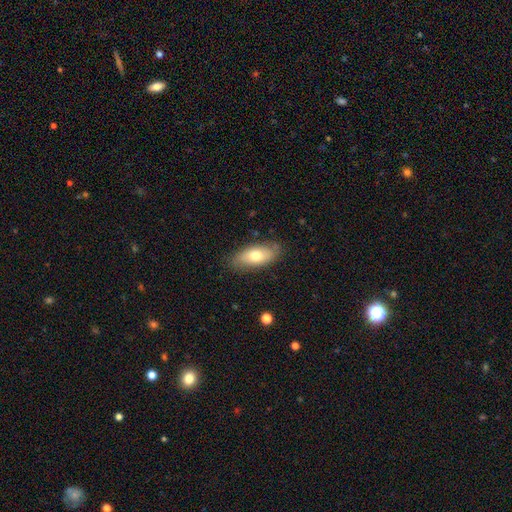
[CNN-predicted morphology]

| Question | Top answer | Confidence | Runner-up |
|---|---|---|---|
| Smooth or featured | smooth | 69% | featured or disk (25%) |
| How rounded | in between | 86% | cigar-shaped (11%) |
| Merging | none | 81% | minor disturbance (15%) |